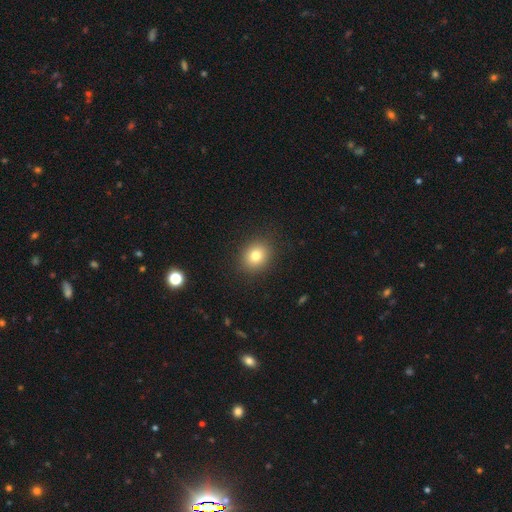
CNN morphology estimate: A smooth galaxy with no disk features (79%) that is round (69%).

Vote fractions:
- Smooth or featured? smooth: 79% / star or artifact: 12% / featured or disk: 9%
- How rounded? round: 69% / in between: 30% / cigar-shaped: 1%
- Merging? none: 89% / minor disturbance: 7% / major disturbance: 3% / merger: 1%